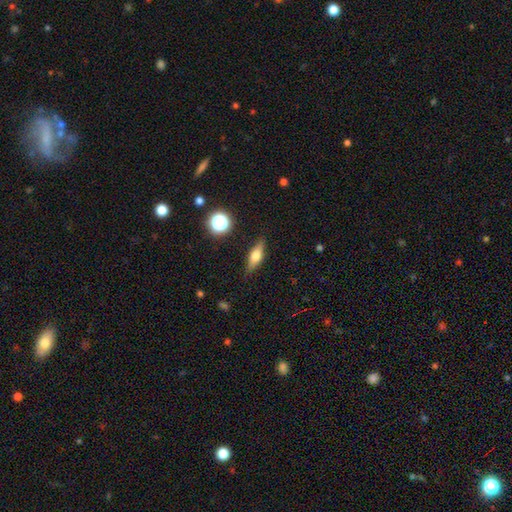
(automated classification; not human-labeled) Smooth or featured?
  - smooth: 54% *
  - featured or disk: 37%
  - star or artifact: 9%
How rounded?
  - in between: 50% *
  - cigar-shaped: 43%
  - round: 7%
Merging?
  - none: 84% *
  - minor disturbance: 11%
  - major disturbance: 3%
  - merger: 2%